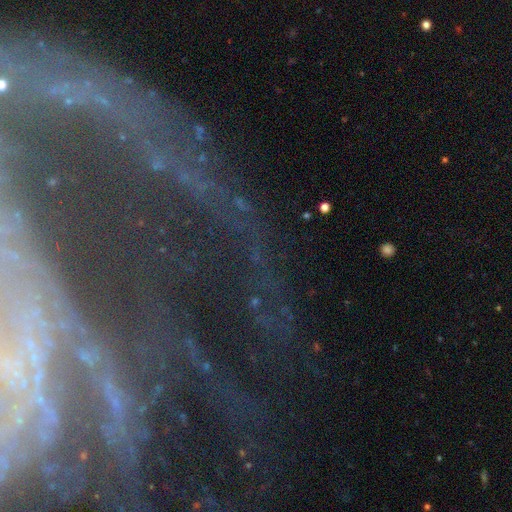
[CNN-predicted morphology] smooth-or-featured: featured or disk: 57% | star or artifact: 29% | smooth: 13%
  disk-edge-on: no: 83% | yes: 17%
  merging: none: 68% | minor disturbance: 14% | major disturbance: 12% | merger: 6%